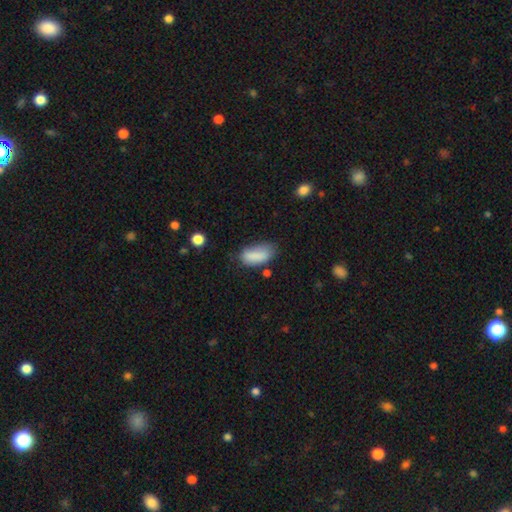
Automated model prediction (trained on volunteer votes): smooth 84%, star or artifact 8%, featured or disk 8%. Down the decision tree: how rounded — in between (89%); merging — none (54%).